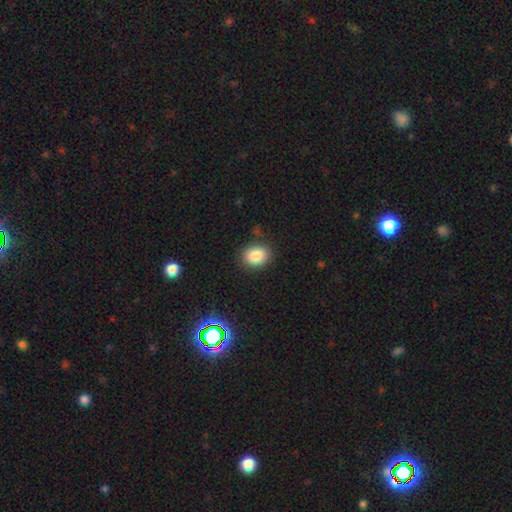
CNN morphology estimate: smooth 87%, star or artifact 9%, featured or disk 4%. Down the decision tree: how rounded — in between (59%); merging — none (85%).